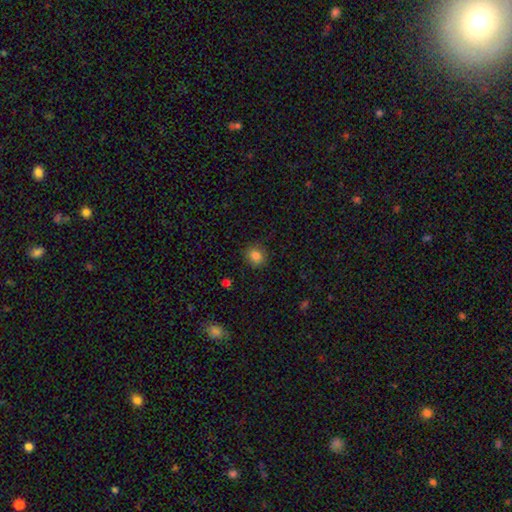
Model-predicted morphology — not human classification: A smooth galaxy with no disk features (83%) that is round (81%). Merging: none (87%).